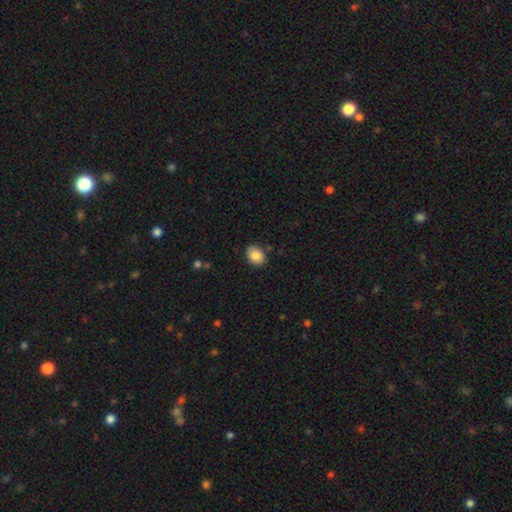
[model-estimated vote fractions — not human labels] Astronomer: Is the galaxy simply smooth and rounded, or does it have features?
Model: smooth — 86%.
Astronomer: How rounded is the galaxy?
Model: in between — 64%.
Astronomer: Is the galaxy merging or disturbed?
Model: none — 84%.